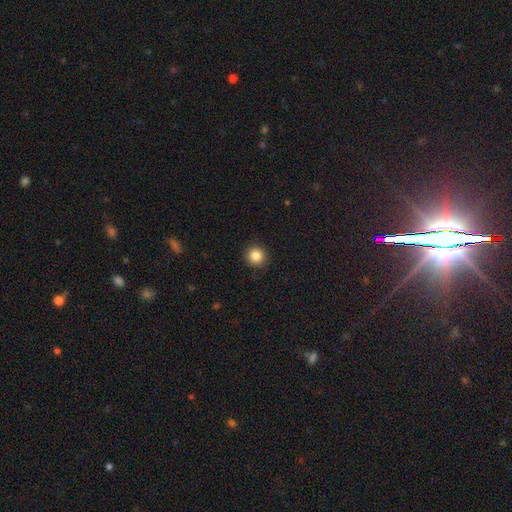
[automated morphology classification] Smooth or featured?
  - smooth: 85% *
  - star or artifact: 10%
  - featured or disk: 4%
How rounded?
  - round: 94% *
  - in between: 5%
  - cigar-shaped: 1%
Merging?
  - none: 92% *
  - minor disturbance: 5%
  - major disturbance: 2%
  - merger: 1%